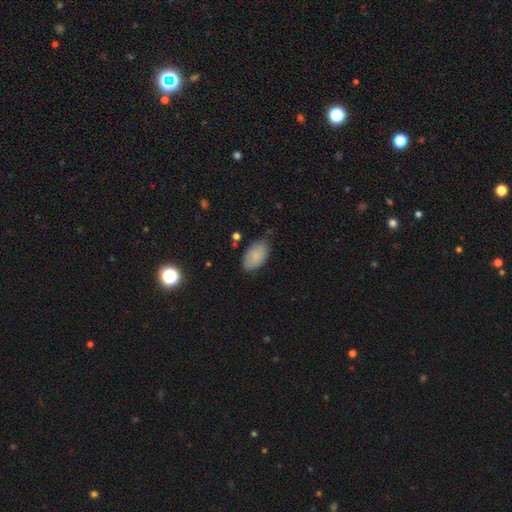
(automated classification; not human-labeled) Smooth or featured: smooth — 80% (featured or disk — 13%)
How rounded: in between — 93% (round — 5%)
Merging: none — 72% (minor disturbance — 22%)